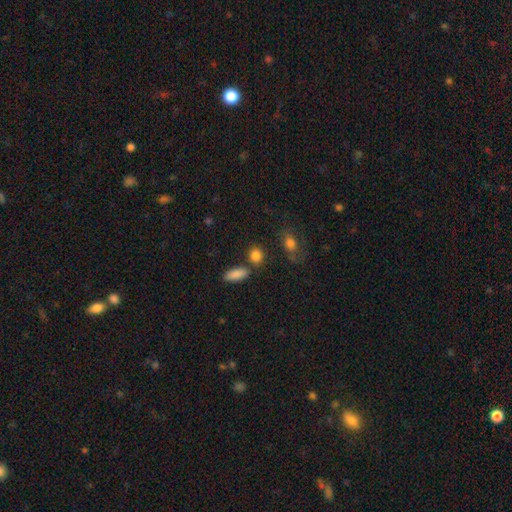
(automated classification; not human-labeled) smooth_or_featured: smooth (p=0.86) [alt: star or artifact p=0.09]
how_rounded: round (p=0.54) [alt: in between p=0.41]
merging: none (p=0.72) [alt: merger p=0.13]